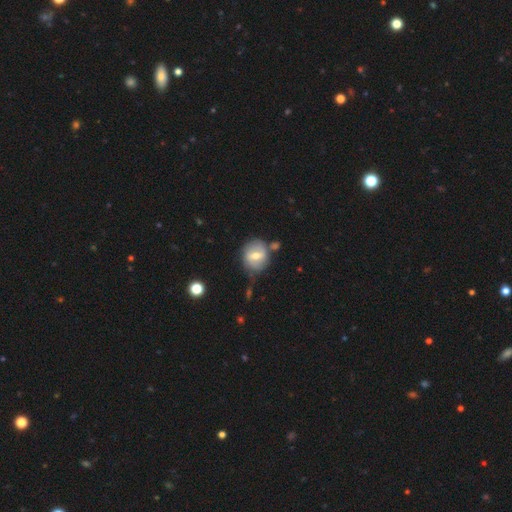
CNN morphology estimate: This appears to be a smooth galaxy with no disk features (47%). Merging: none (63%).